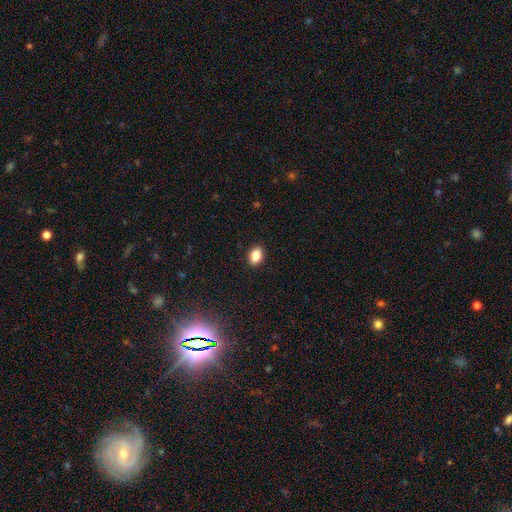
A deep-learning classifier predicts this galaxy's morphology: This appears to be a smooth galaxy with no disk features (86%) that is in between round and cigar-shaped (85%). Merging: none (90%).